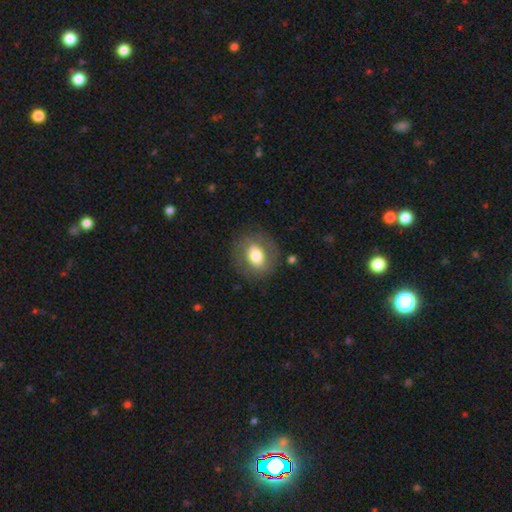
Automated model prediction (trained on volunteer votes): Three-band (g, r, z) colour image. It shows a smooth galaxy with no disk features (65%) that is round (56%). Merging: none (81%).